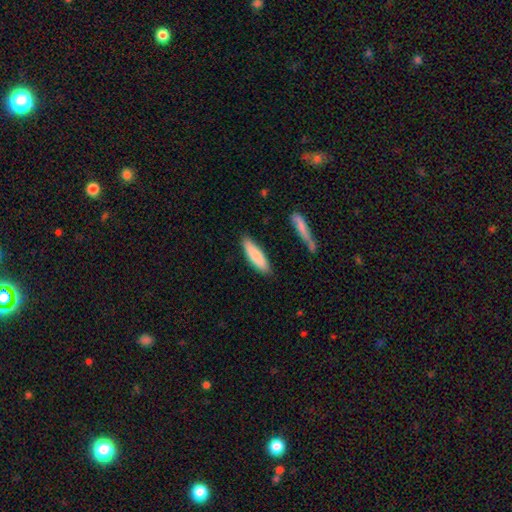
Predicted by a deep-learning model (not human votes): Q: Smooth or featured?
A: smooth (84%); runner-up: featured or disk (11%)
Q: How rounded?
A: cigar-shaped (63%); runner-up: in between (35%)
Q: Merging?
A: none (84%); runner-up: minor disturbance (11%)